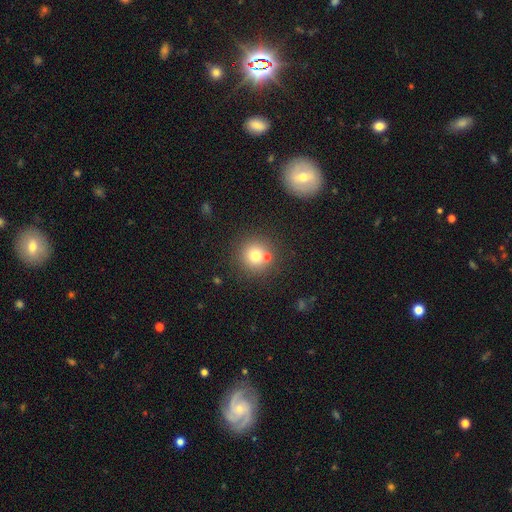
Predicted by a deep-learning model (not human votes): Overall: smooth (73%). How rounded: round (93%). Merging: none (72%).